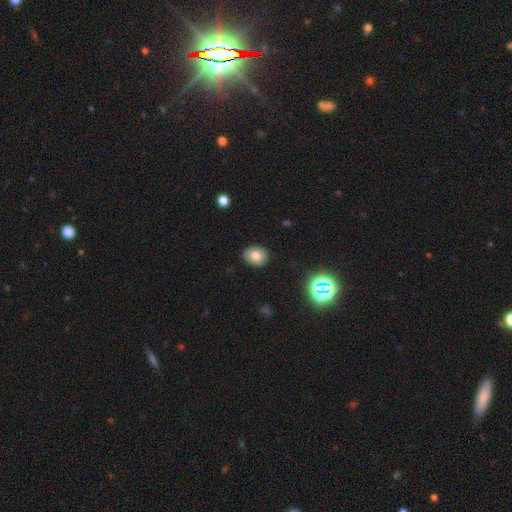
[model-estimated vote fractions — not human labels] Smooth or featured? Predicted: smooth (p=0.73). How rounded? Predicted: round (p=0.50). Merging? Predicted: none (p=0.87).